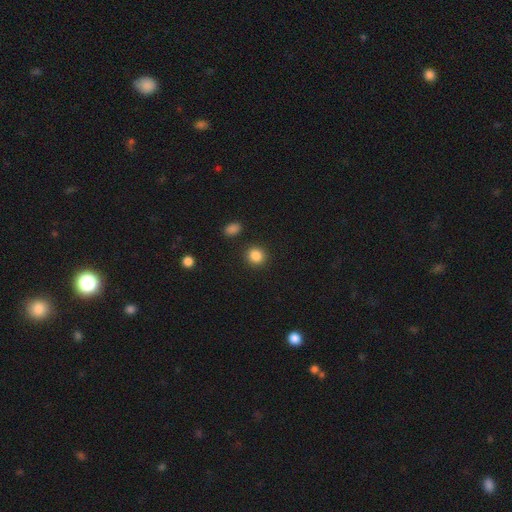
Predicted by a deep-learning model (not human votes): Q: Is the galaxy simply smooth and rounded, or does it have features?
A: smooth — 87%.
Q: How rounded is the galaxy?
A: round — 86%.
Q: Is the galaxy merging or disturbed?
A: none — 89%.